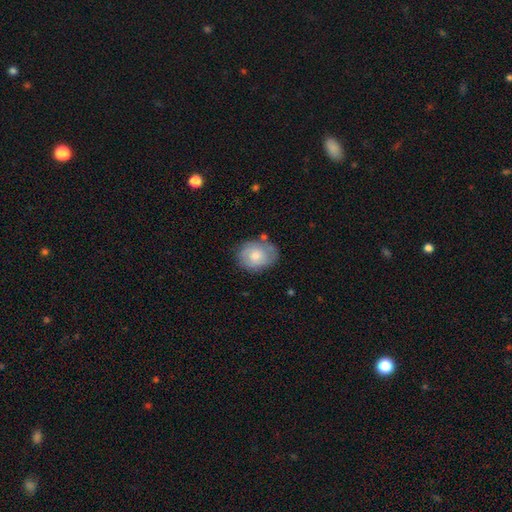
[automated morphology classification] smooth-or-featured: smooth: 61% | featured or disk: 32% | star or artifact: 7%
  how-rounded: round: 50% | in between: 49% | cigar-shaped: 1%
  merging: none: 66% | minor disturbance: 24% | major disturbance: 6% | merger: 4%